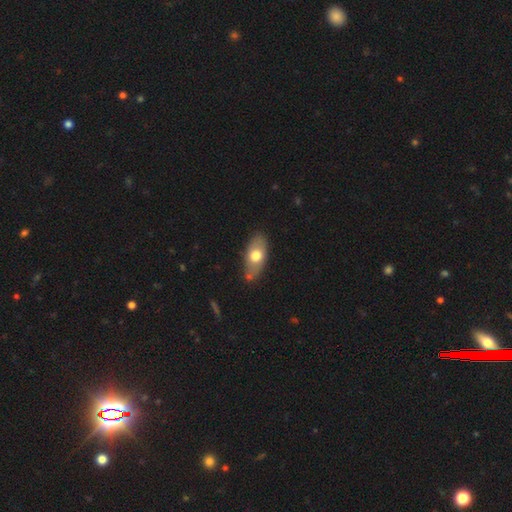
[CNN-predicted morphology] Overall: smooth (63%; featured or disk 31%). How rounded: in between (86%). Merging: none (75%).